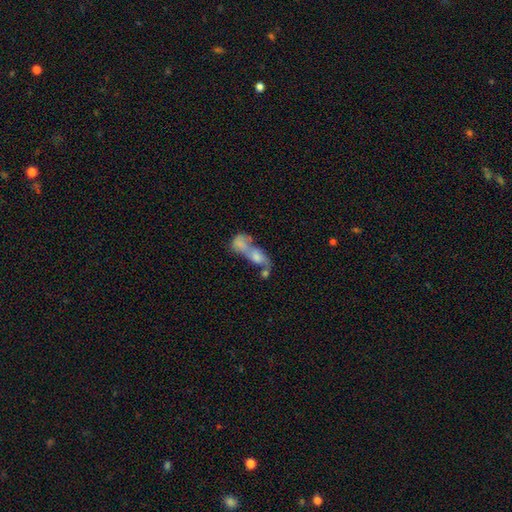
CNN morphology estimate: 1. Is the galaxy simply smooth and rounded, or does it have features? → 46% featured or disk, 40% smooth, 14% star or artifact.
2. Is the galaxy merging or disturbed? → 67% merger, 15% none, 11% major disturbance, 7% minor disturbance.